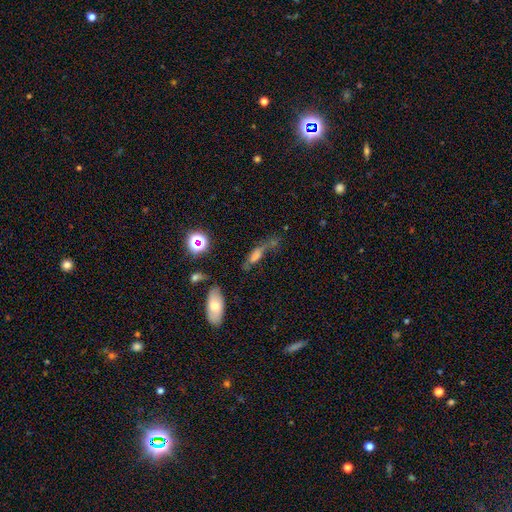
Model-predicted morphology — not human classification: The model was most divided on "merging": none: 34%, major disturbance: 27%, minor disturbance: 22%, merger: 18%. More confident: how rounded — in between (54%); smooth or featured — smooth (53%).